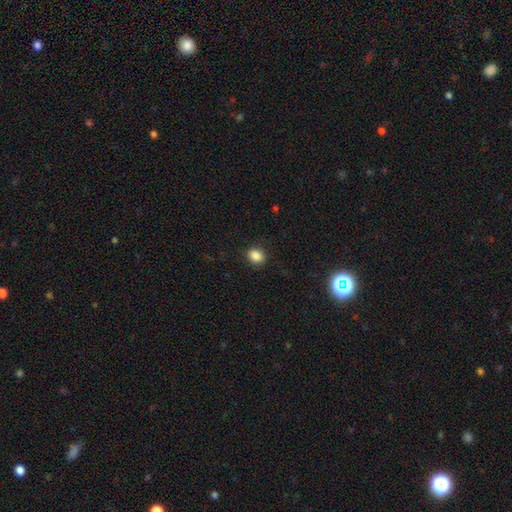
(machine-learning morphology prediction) Smooth or featured: smooth — 86% (star or artifact — 10%)
How rounded: round — 57% (in between — 42%)
Merging: none — 87% (minor disturbance — 9%)